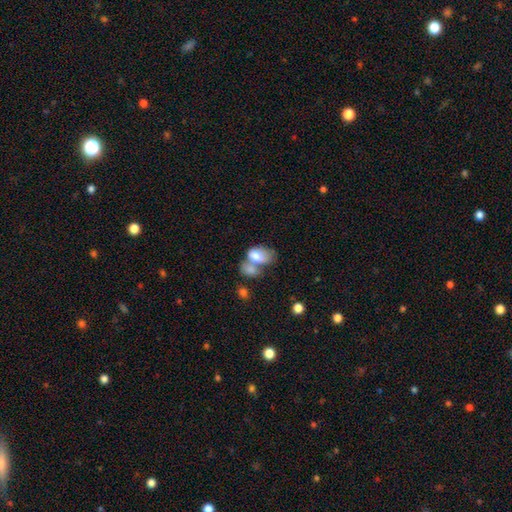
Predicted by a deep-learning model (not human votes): Morphology: type=smooth (72%); roundness=in between (83%); merging=merger (59%).